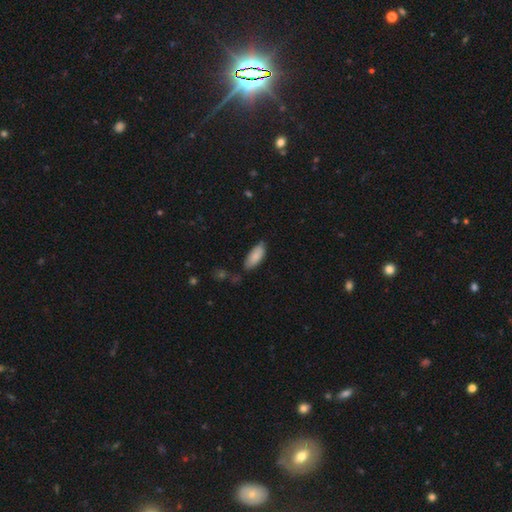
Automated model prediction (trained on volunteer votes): Smooth or featured? smooth (85%)
How rounded? in between (83%)
Merging? none (66%)